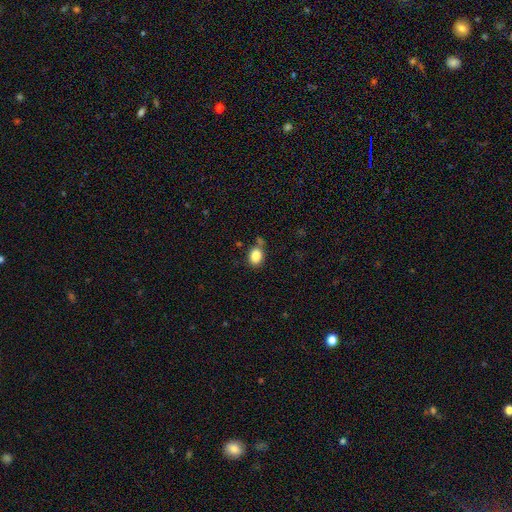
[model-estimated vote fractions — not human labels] Morphology: type=smooth (87%); roundness=in between (67%); merging=none (68%).